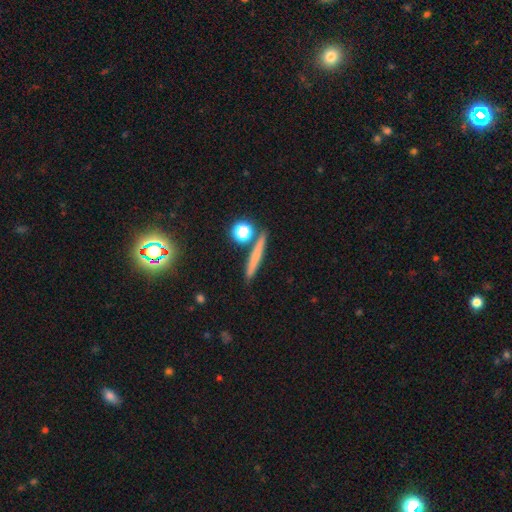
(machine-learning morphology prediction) A smooth galaxy with no disk features (61%) that is cigar-shaped (84%).

Vote fractions:
- Smooth or featured? smooth: 61% / featured or disk: 26% / star or artifact: 13%
- How rounded? cigar-shaped: 84% / round: 10% / in between: 6%
- Merging? none: 83% / minor disturbance: 8% / merger: 7% / major disturbance: 3%